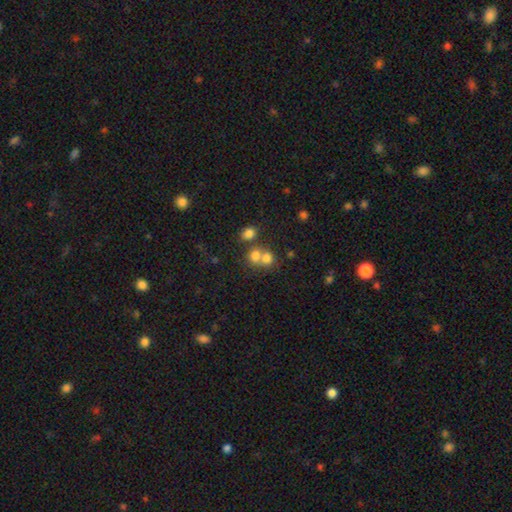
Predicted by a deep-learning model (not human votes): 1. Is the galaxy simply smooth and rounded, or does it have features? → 73% smooth, 15% star or artifact, 13% featured or disk.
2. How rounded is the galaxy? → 75% round, 24% in between, 1% cigar-shaped.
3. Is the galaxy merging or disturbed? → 54% merger, 37% none, 6% minor disturbance, 3% major disturbance.